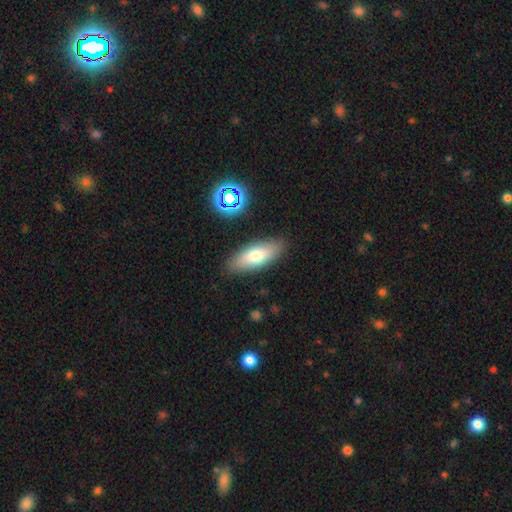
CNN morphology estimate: type=smooth (71%); roundness=in between (73%); merging=none (87%).